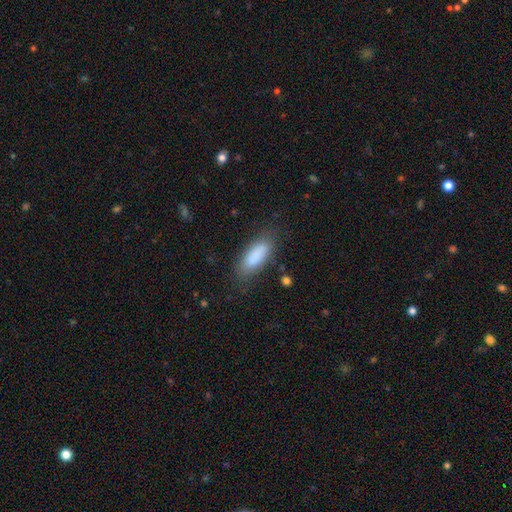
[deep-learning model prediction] Smooth or featured?
  - smooth: 85% *
  - featured or disk: 8%
  - star or artifact: 7%
How rounded?
  - in between: 73% *
  - cigar-shaped: 25%
  - round: 2%
Merging?
  - none: 78% *
  - minor disturbance: 15%
  - major disturbance: 5%
  - merger: 2%